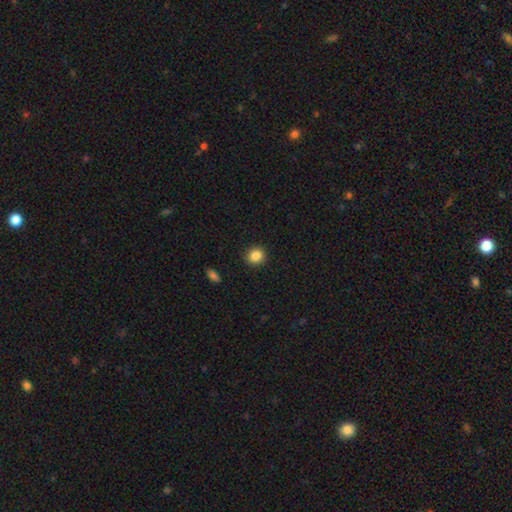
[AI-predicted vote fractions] Smooth or featured?
  - smooth: 86% *
  - star or artifact: 10%
  - featured or disk: 5%
How rounded?
  - round: 86% *
  - in between: 13%
  - cigar-shaped: 1%
Merging?
  - none: 92% *
  - minor disturbance: 5%
  - major disturbance: 2%
  - merger: 1%